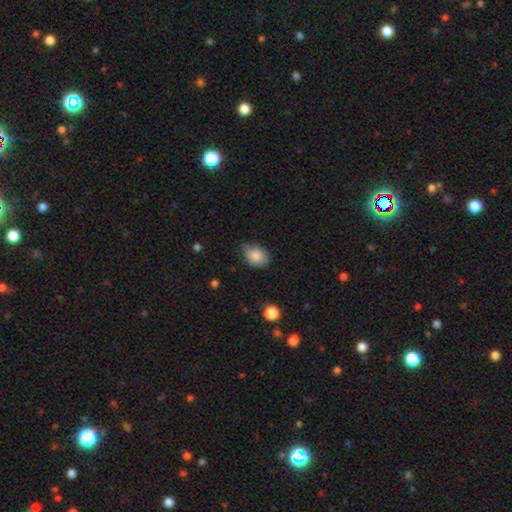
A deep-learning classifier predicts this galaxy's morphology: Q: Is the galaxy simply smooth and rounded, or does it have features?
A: smooth — 84%.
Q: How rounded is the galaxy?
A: in between — 80%.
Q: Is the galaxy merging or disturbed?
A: none — 69%.